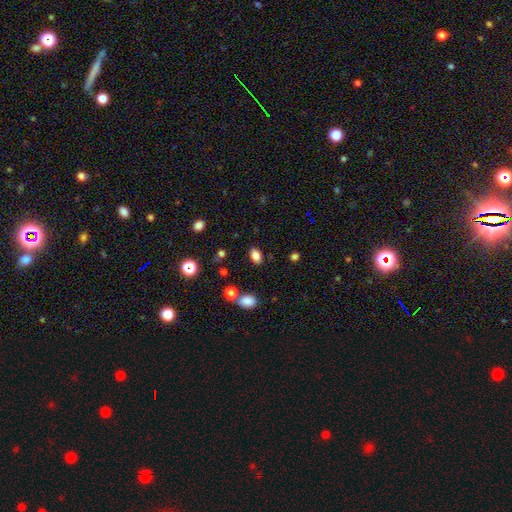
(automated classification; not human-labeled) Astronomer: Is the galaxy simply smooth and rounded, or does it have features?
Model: smooth — 82%.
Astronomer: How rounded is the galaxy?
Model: in between — 88%.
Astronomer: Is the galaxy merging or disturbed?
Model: none — 83%.